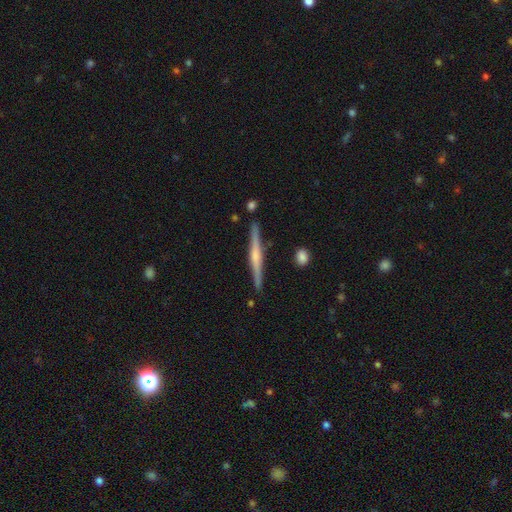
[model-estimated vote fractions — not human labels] This appears to be a featured or disk galaxy (72%) viewed edge-on (98%) with a rounded central bulge (63%). Merging: none (89%).